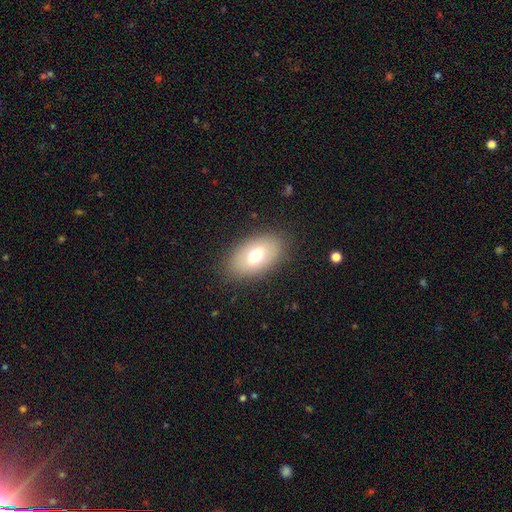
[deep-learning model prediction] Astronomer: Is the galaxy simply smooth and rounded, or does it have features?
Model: smooth — 69%.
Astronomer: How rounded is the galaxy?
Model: in between — 89%.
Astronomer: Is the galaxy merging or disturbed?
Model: none — 84%.